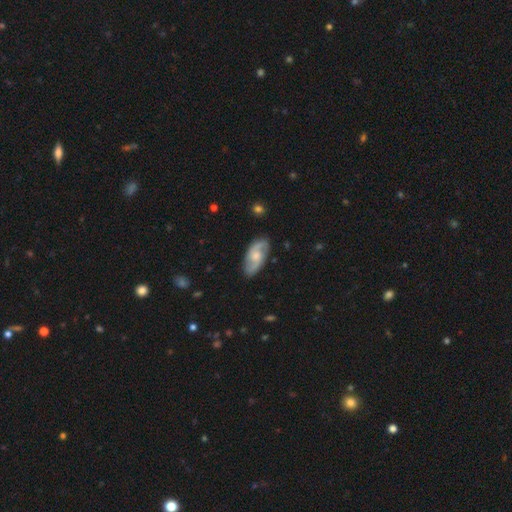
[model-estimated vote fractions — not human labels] Smooth or featured? featured or disk (72%)
Edge-on disk? no (94%)
Bar? no (56%)
Spiral arms? yes (93%)
Spiral winding? medium (48%)
Spiral arm count? 2 (87%)
Bulge size? moderate (48%)
Merging? none (81%)